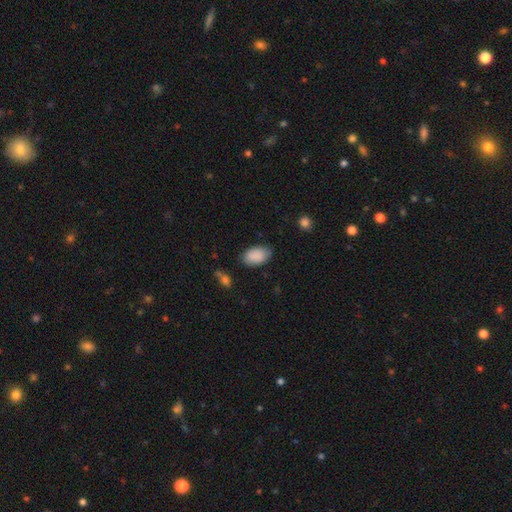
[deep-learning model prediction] Overall: smooth (89%). How rounded: in between (93%). Merging: none (81%).